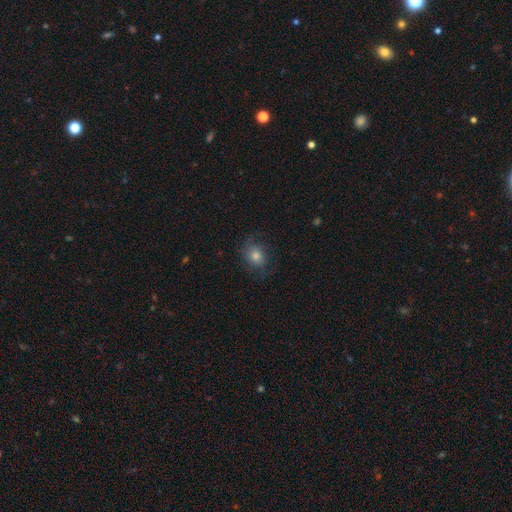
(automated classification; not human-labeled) Smooth or featured? smooth (55%)
How rounded? round (59%)
Merging? none (69%)